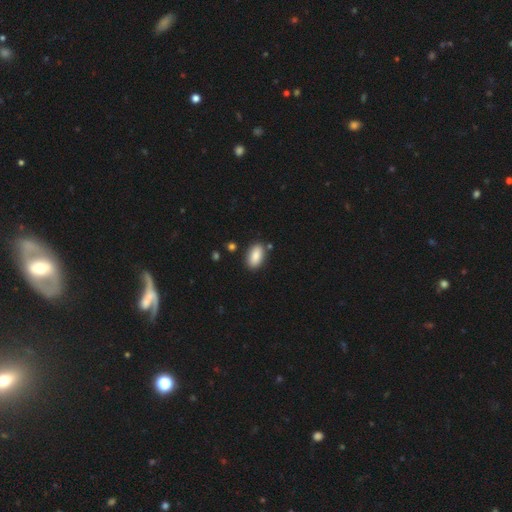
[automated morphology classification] A smooth galaxy with no disk features (88%) that is in between round and cigar-shaped (92%).

Vote fractions:
- Smooth or featured? smooth: 88% / star or artifact: 7% / featured or disk: 5%
- How rounded? in between: 92% / cigar-shaped: 4% / round: 3%
- Merging? none: 84% / minor disturbance: 10% / merger: 3% / major disturbance: 2%